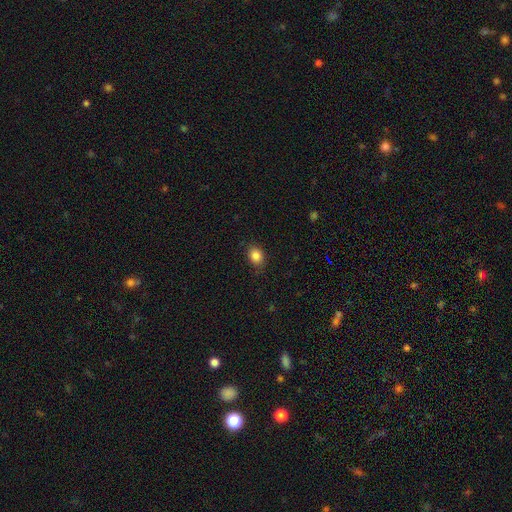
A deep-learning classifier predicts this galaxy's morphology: smooth 85%, star or artifact 10%, featured or disk 5%. Down the decision tree: how rounded — in between (53%); merging — none (80%).